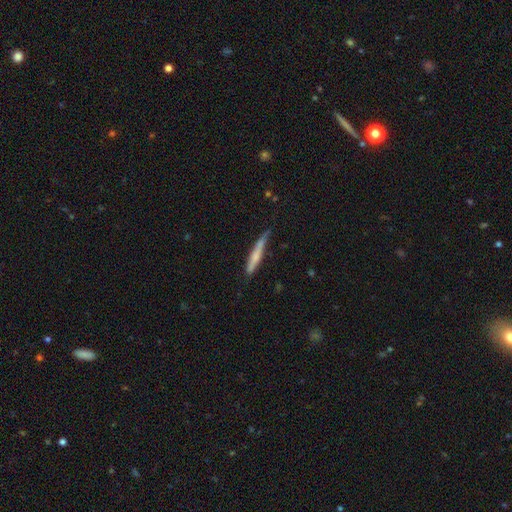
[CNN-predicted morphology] smooth-or-featured: smooth: 58% | featured or disk: 36% | star or artifact: 6%
  how-rounded: cigar-shaped: 94% | in between: 5% | round: 1%
  merging: none: 66% | minor disturbance: 27% | major disturbance: 5% | merger: 2%